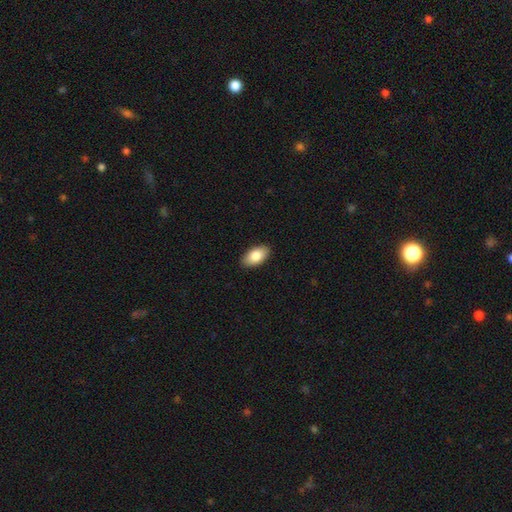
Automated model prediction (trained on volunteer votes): A smooth galaxy with no disk features (82%) that is in between round and cigar-shaped (94%).

Vote fractions:
- Smooth or featured? smooth: 82% / featured or disk: 11% / star or artifact: 6%
- How rounded? in between: 94% / round: 4% / cigar-shaped: 2%
- Merging? none: 90% / minor disturbance: 8% / major disturbance: 2% / merger: 1%